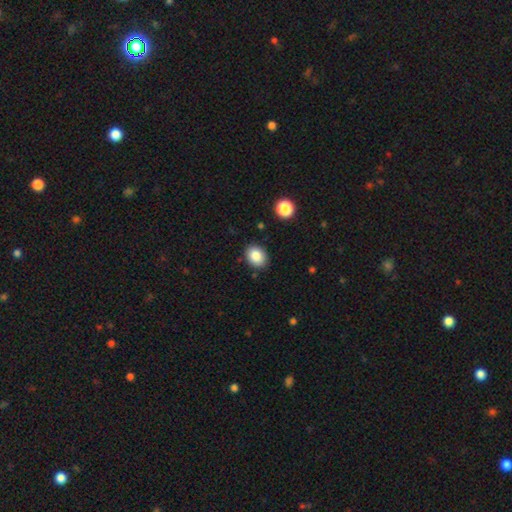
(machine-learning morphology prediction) This is clearly a smooth galaxy (86%). How rounded: possibly in between (60%). Merging: clearly none (86%).